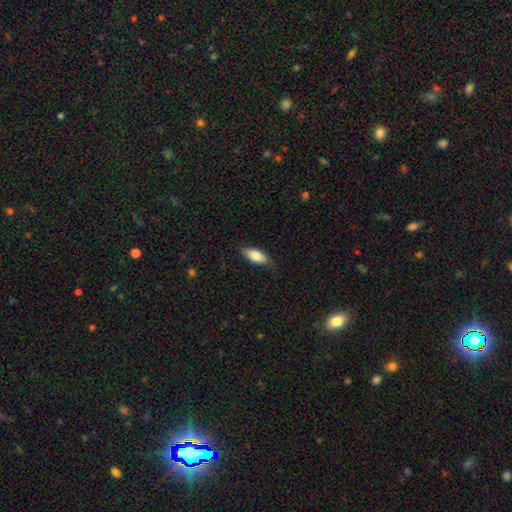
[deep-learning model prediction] smooth 81%, featured or disk 13%, star or artifact 6%. Down the decision tree: how rounded — in between (77%); merging — none (81%).